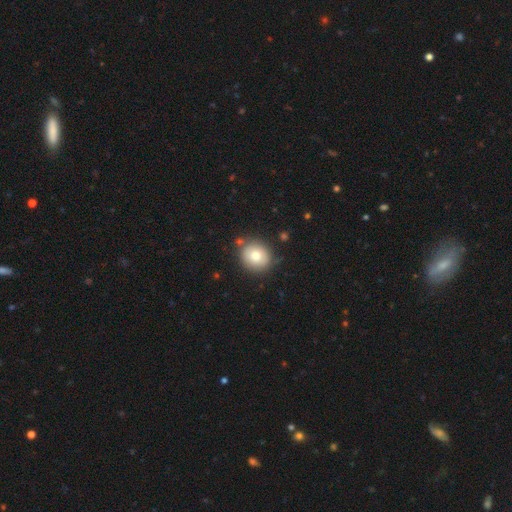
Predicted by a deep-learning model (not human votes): Overall: smooth (79%). How rounded: round (81%). Merging: none (80%).